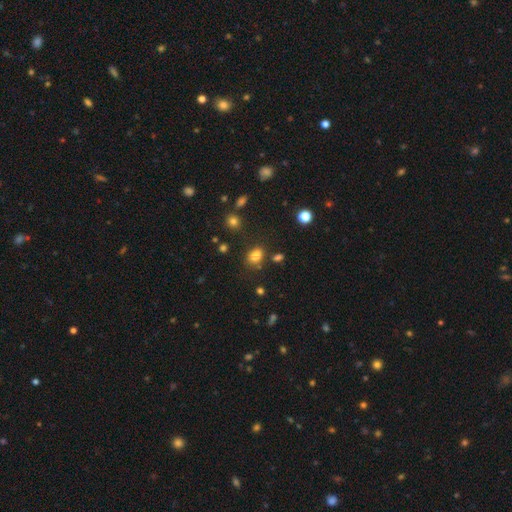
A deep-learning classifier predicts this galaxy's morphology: Q: Smooth or featured?
A: smooth (81%); runner-up: star or artifact (14%)
Q: How rounded?
A: in between (66%); runner-up: round (33%)
Q: Merging?
A: none (74%); runner-up: minor disturbance (14%)